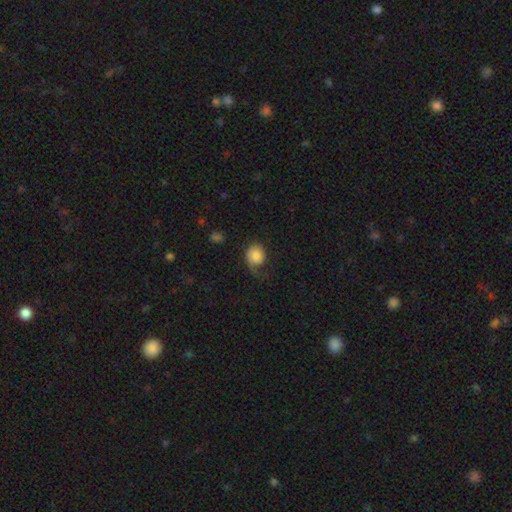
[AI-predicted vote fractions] Overall: smooth (76%). How rounded: round (66%; in between 33%). Merging: none (38%; major disturbance 31%).